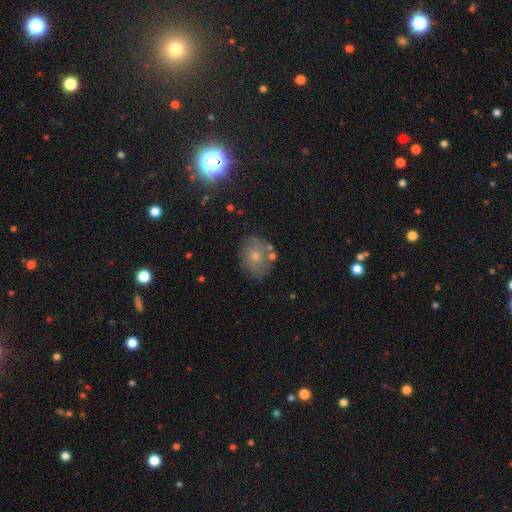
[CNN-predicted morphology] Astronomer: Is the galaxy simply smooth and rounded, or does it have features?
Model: smooth — 52% (runner-up: featured or disk, 35%).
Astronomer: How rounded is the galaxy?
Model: round — 50% (runner-up: in between, 49%).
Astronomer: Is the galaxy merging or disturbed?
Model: none — 70%.